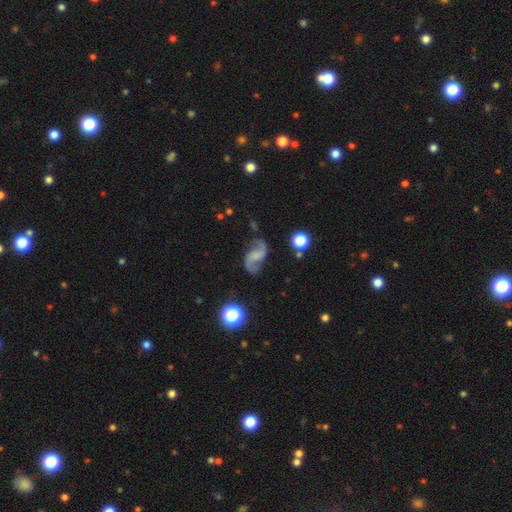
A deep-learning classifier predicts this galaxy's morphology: Q: Smooth or featured?
A: featured or disk (85%); runner-up: smooth (9%)
Q: Edge-on disk?
A: no (98%); runner-up: yes (2%)
Q: Bar?
A: no (47%); runner-up: weak (41%)
Q: Spiral arms?
A: yes (97%); runner-up: no (3%)
Q: Spiral winding?
A: loose (74%); runner-up: medium (22%)
Q: Spiral arm count?
A: 2 (93%); runner-up: can't tell (2%)
Q: Bulge size?
A: none (56%); runner-up: small (22%)
Q: Merging?
A: none (74%); runner-up: minor disturbance (16%)